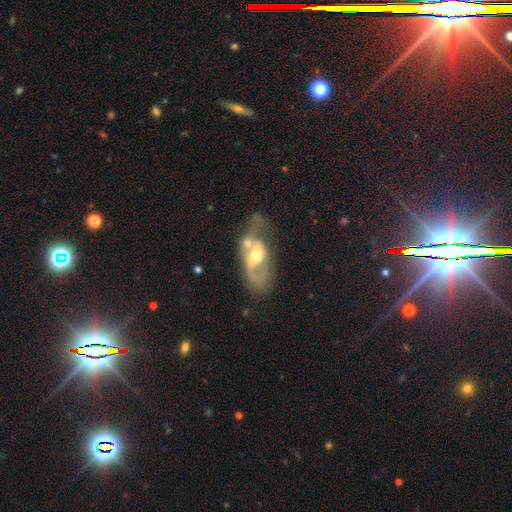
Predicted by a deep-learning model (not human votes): featured or disk 72%, smooth 21%, star or artifact 7%. Down the decision tree: edge-on disk — no (91%); bar — no (47%); spiral arms — yes (67%); bulge size — moderate (65%); merging — none (36%).